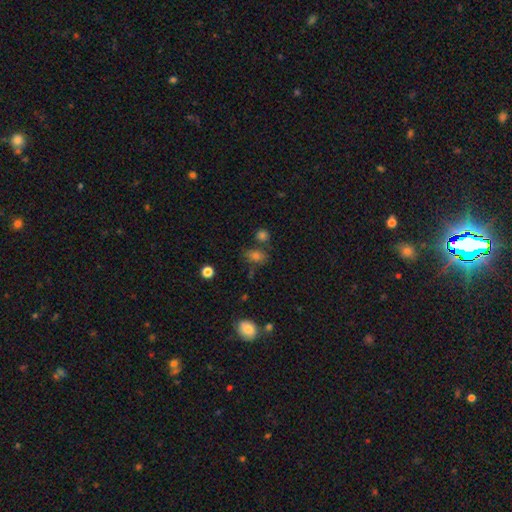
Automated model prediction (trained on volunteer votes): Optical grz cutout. It shows a smooth galaxy with no disk features (73%) that is in between round and cigar-shaped (66%). Merging: none (66%).